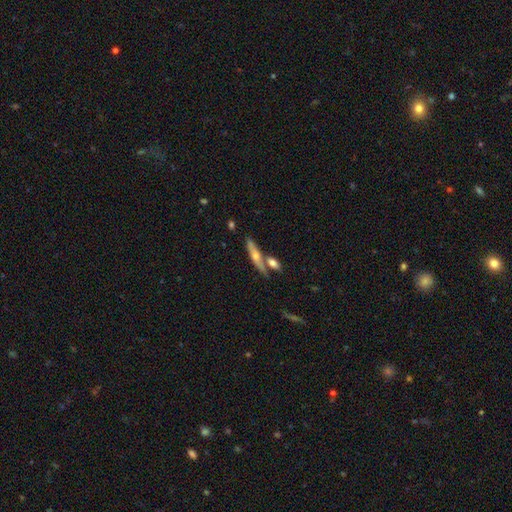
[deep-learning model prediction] A featured or disk galaxy (48%). Merging: none (60%).